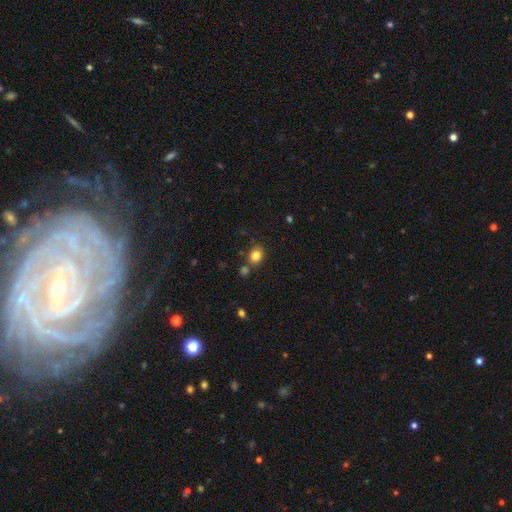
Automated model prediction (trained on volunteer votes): Morphology: type=smooth (82%); roundness=round (69%); merging=none (72%).